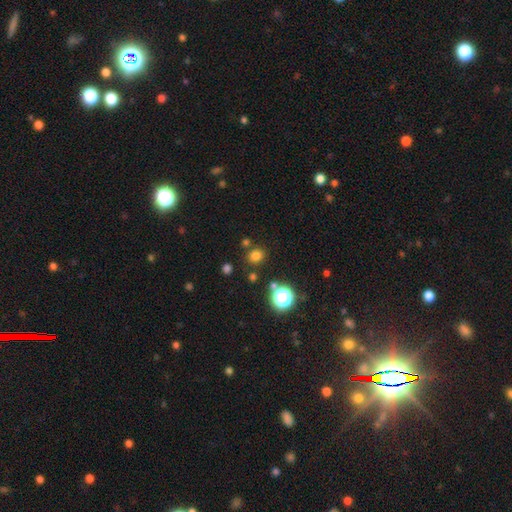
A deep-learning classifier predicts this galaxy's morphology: type=smooth (75%); roundness=round (78%); merging=none (81%).